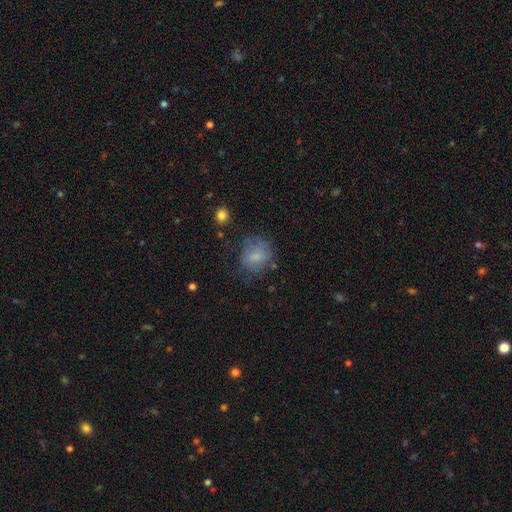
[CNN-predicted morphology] Overall: smooth (71%). How rounded: round (63%; in between 36%). Merging: none (55%; minor disturbance 26%).